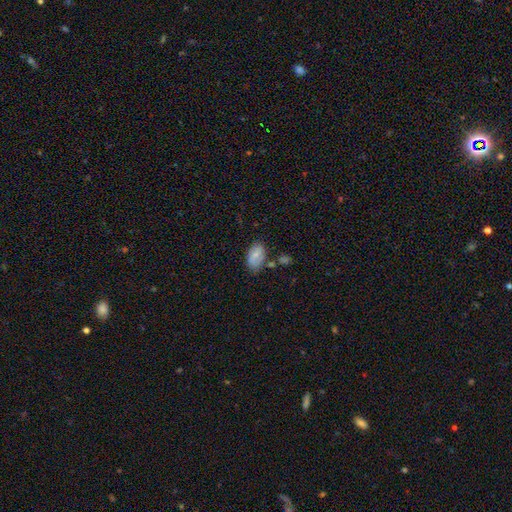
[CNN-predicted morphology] smooth_or_featured: smooth (p=0.71) [alt: featured or disk p=0.21]
how_rounded: in between (p=0.92) [alt: round p=0.07]
merging: none (p=0.66) [alt: minor disturbance p=0.22]